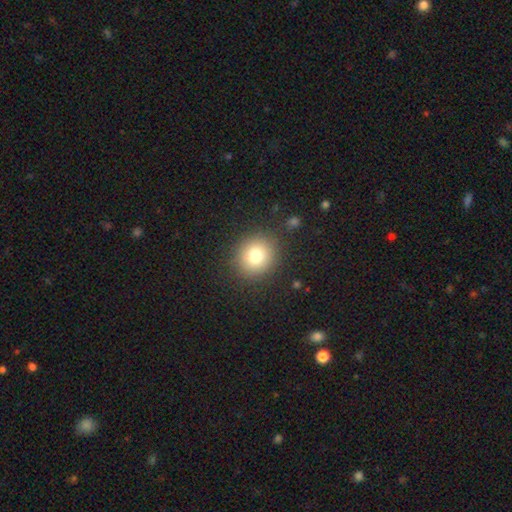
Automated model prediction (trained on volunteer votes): smooth-or-featured: smooth: 78% | star or artifact: 12% | featured or disk: 10%
  how-rounded: round: 84% | in between: 15% | cigar-shaped: 1%
  merging: none: 87% | minor disturbance: 8% | major disturbance: 3% | merger: 2%